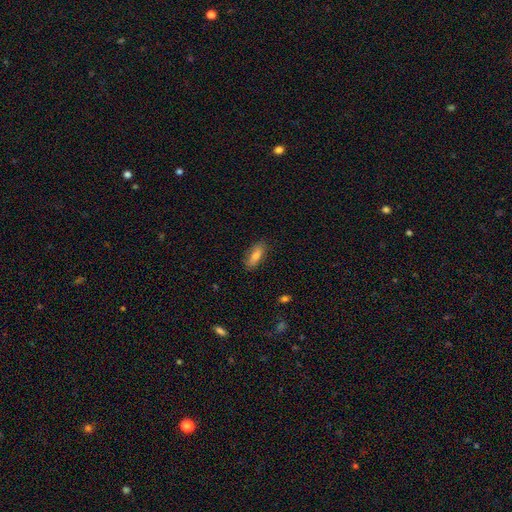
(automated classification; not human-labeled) Overall: smooth (74%). How rounded: in between (72%). Merging: none (83%).